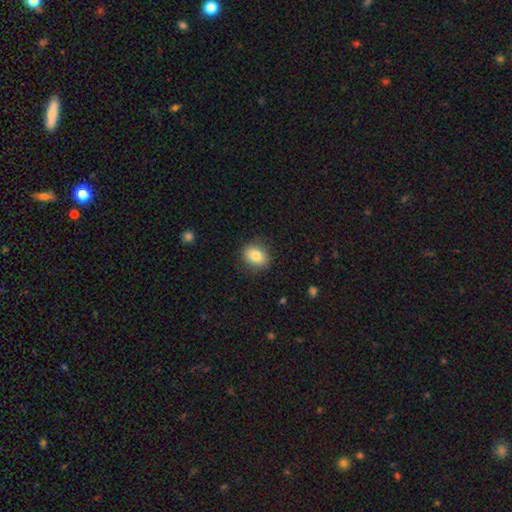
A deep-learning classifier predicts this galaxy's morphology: A smooth galaxy with no disk features (82%) that is in between round and cigar-shaped (56%). Merging: none (86%).